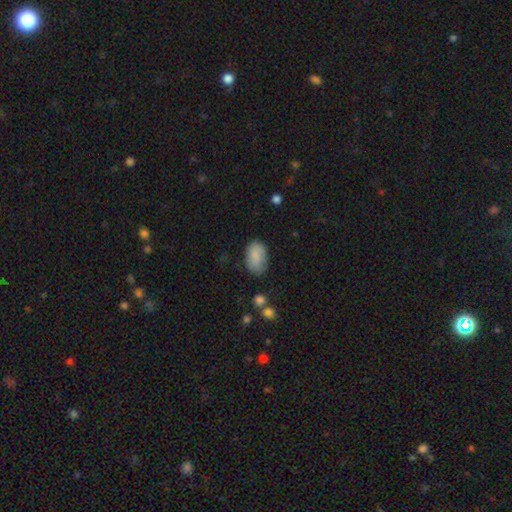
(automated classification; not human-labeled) Overall: smooth (85%). How rounded: in between (92%). Merging: none (75%).